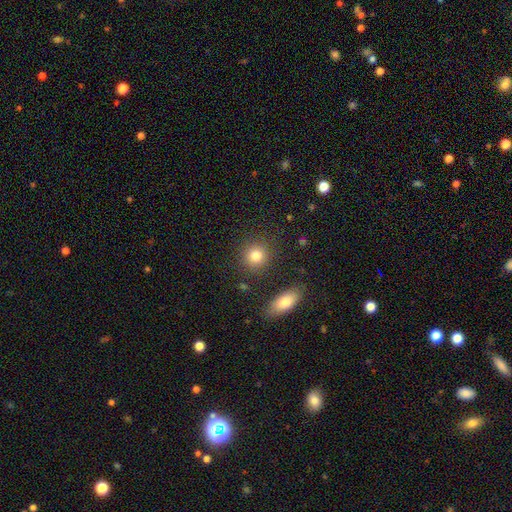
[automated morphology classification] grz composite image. It shows a smooth galaxy with no disk features (82%) that is round (88%). Merging: none (86%).